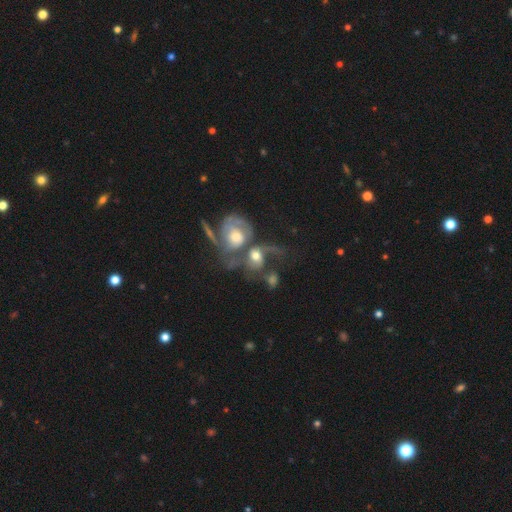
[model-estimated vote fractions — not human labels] A featured or disk galaxy (61%) with no bar (72%), spiral arms (71%) and a moderate central bulge (60%). Merging: merger (66%).